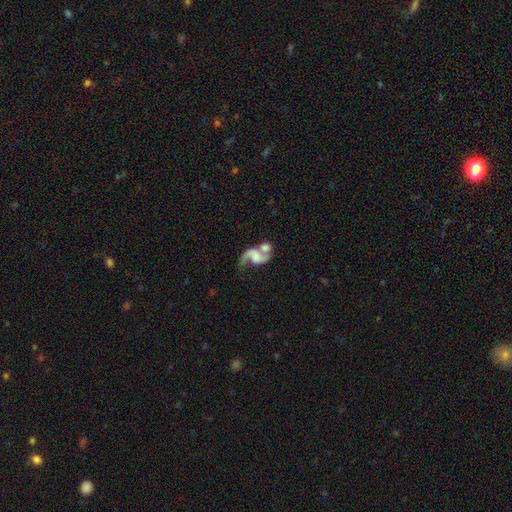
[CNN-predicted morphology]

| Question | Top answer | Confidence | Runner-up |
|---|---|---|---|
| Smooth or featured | featured or disk | 74% | smooth (18%) |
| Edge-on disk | no | 97% | yes (3%) |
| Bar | no | 57% | weak (32%) |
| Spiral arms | yes | 90% | no (10%) |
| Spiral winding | loose | 72% | medium (23%) |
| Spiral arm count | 2 | 78% | 1 (17%) |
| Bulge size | none | 47% | small (17%) |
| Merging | merger | 49% | none (24%) |